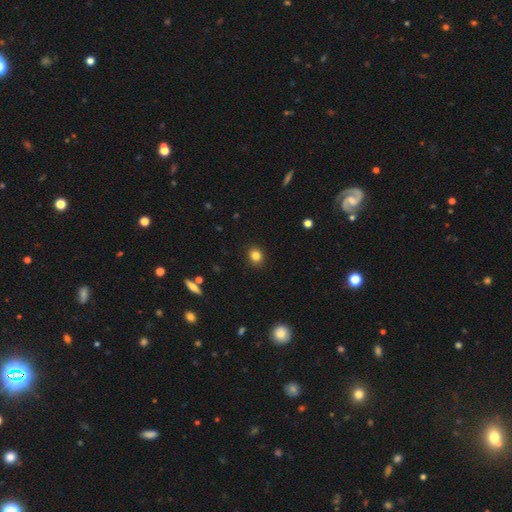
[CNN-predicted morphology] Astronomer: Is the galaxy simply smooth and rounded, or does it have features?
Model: smooth — 83%.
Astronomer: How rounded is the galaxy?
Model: round — 72%.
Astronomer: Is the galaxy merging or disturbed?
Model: none — 90%.